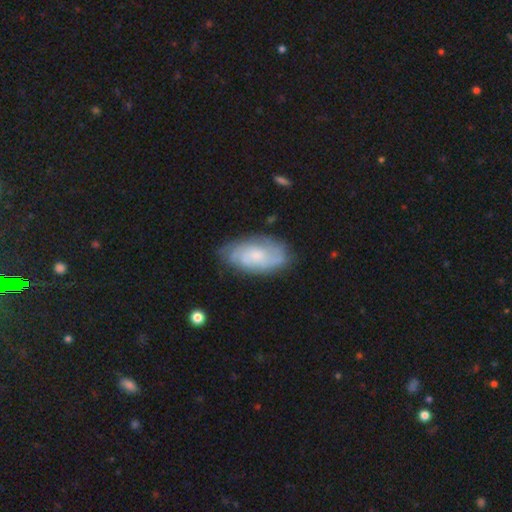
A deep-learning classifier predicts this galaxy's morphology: This appears to be a featured or disk galaxy (62%) with no bar (70%), spiral arms (86%) and a small central bulge (49%). Merging: none (72%).